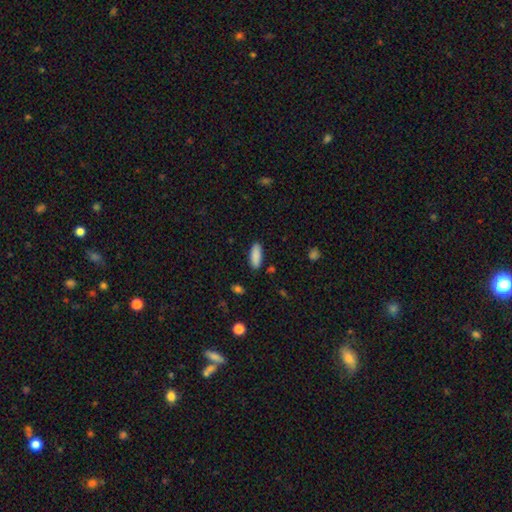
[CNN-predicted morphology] This appears to be a smooth galaxy with no disk features (89%) that is in between round and cigar-shaped (72%). Merging: none (87%).